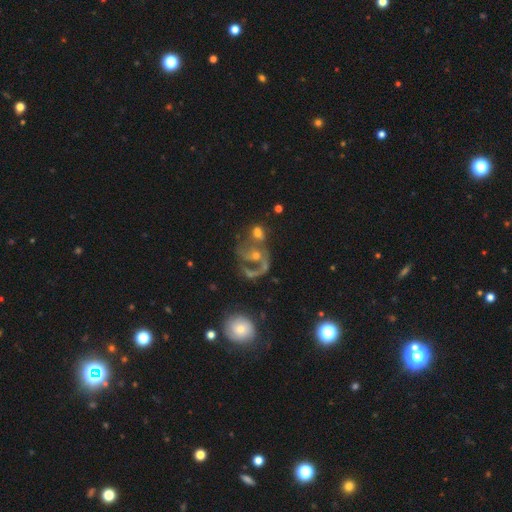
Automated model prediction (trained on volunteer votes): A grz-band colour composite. It shows a featured or disk galaxy (71%) with no bar (63%), 1 (50%) loose (42%) spiral arms (74%) and a small central bulge (47%). Merging: merger (32%).